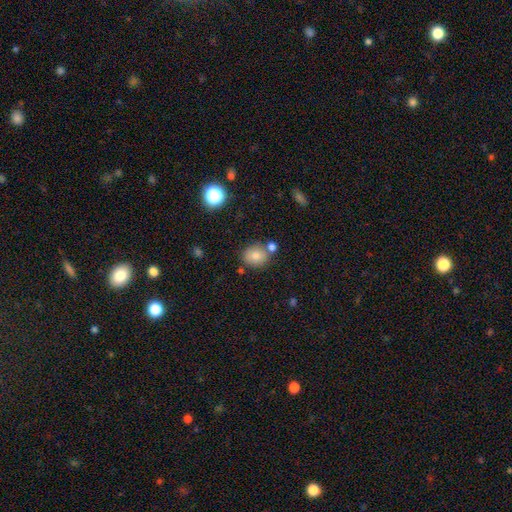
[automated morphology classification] smooth 80%, star or artifact 11%, featured or disk 10%. Down the decision tree: how rounded — round (61%); merging — none (68%).